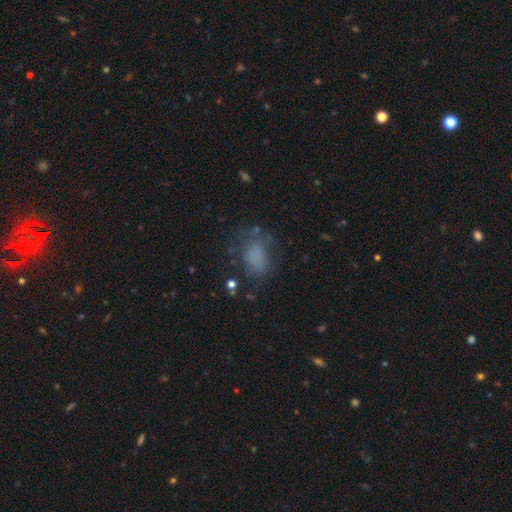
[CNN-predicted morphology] Smooth or featured?
  - smooth: 60% *
  - featured or disk: 26%
  - star or artifact: 14%
How rounded?
  - in between: 72% *
  - round: 26%
  - cigar-shaped: 2%
Merging?
  - none: 46% *
  - major disturbance: 27%
  - minor disturbance: 25%
  - merger: 3%